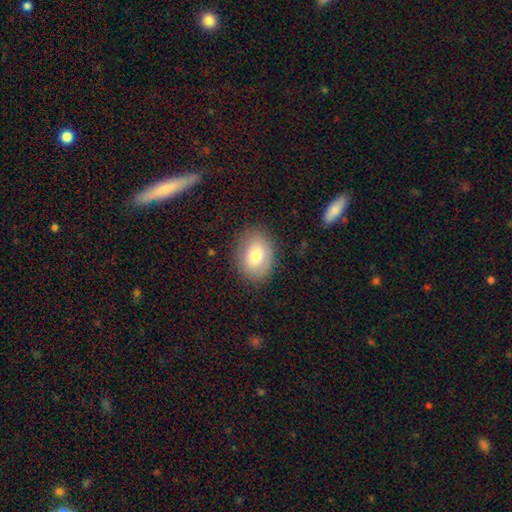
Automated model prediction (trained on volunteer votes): Smooth or featured?
  - smooth: 76% *
  - featured or disk: 16%
  - star or artifact: 9%
How rounded?
  - in between: 66% *
  - round: 33%
  - cigar-shaped: 1%
Merging?
  - none: 84% *
  - minor disturbance: 11%
  - major disturbance: 4%
  - merger: 1%